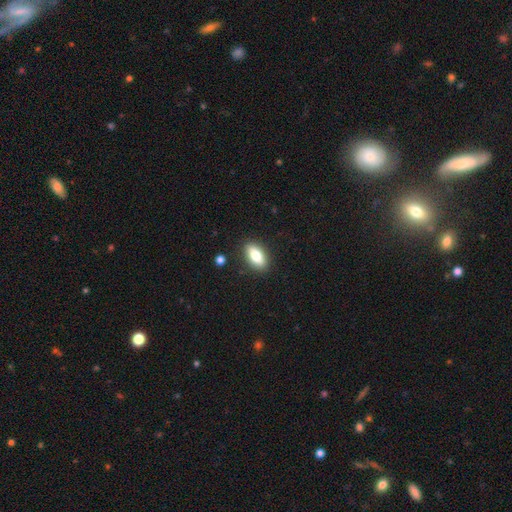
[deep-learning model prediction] The model was most divided on "smooth or featured": smooth: 79%, featured or disk: 13%, star or artifact: 7%. More confident: merging — none (88%); how rounded — in between (85%).